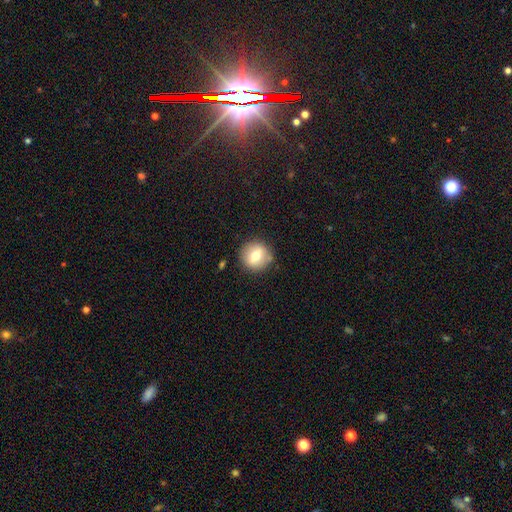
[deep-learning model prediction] smooth 65%, featured or disk 27%, star or artifact 8%. Down the decision tree: how rounded — round (87%); merging — none (85%).